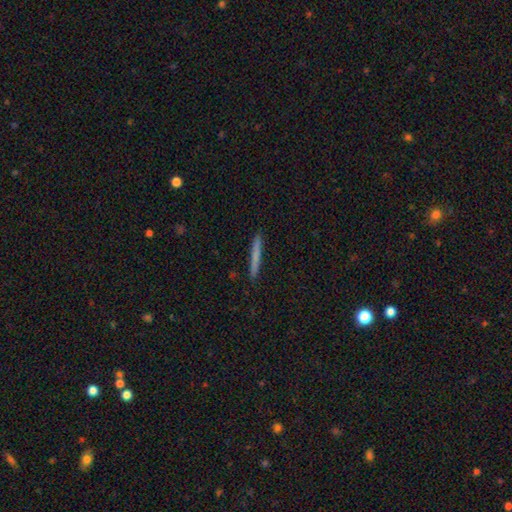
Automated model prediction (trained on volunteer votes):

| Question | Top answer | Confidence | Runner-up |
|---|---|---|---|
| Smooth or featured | smooth | 71% | featured or disk (23%) |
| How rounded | cigar-shaped | 97% | in between (2%) |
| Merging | none | 92% | minor disturbance (6%) |